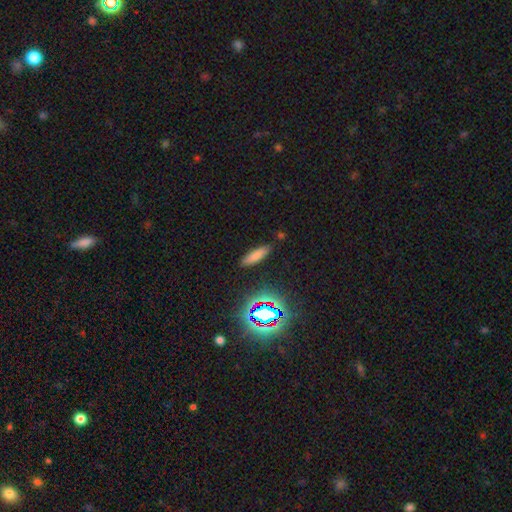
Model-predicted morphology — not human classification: smooth_or_featured: smooth (p=0.72) [alt: star or artifact p=0.18]
how_rounded: cigar-shaped (p=0.60) [alt: in between p=0.37]
merging: none (p=0.87) [alt: minor disturbance p=0.09]